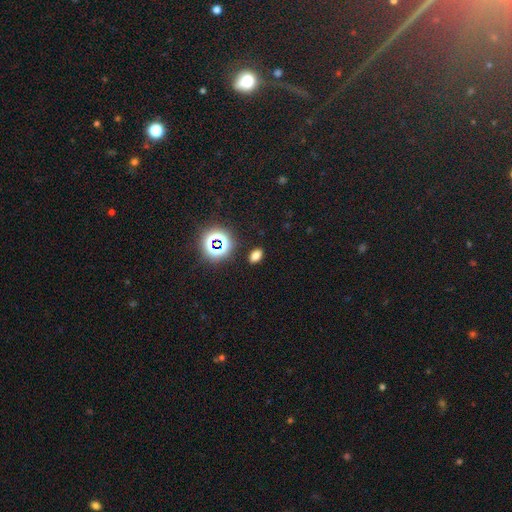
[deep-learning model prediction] Q: Smooth or featured?
A: smooth (69%); runner-up: star or artifact (24%)
Q: How rounded?
A: in between (84%); runner-up: round (13%)
Q: Merging?
A: none (88%); runner-up: minor disturbance (8%)